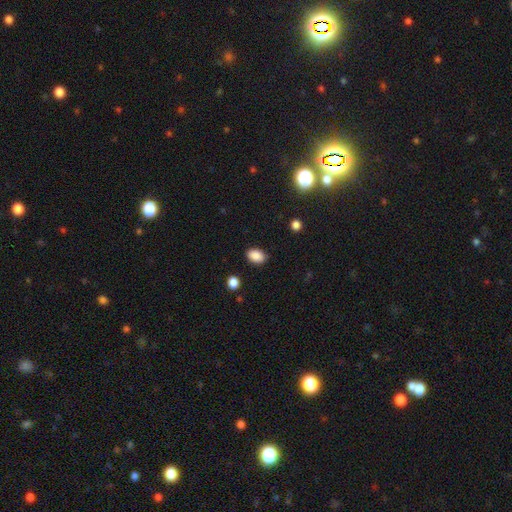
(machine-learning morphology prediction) type=smooth (89%); roundness=in between (85%); merging=none (86%).